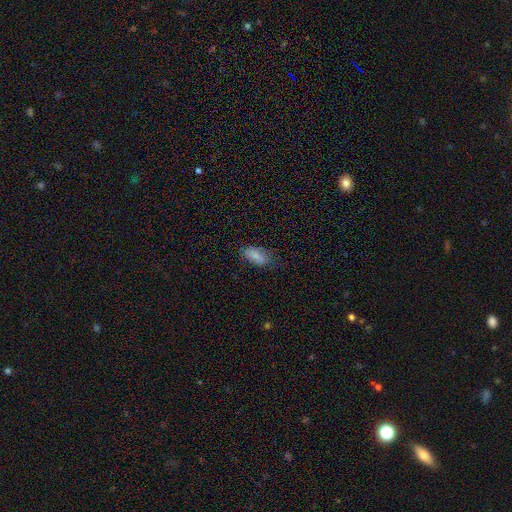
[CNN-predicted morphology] Smooth or featured: smooth — 82% (featured or disk — 9%)
How rounded: in between — 91% (cigar-shaped — 6%)
Merging: none — 69% (minor disturbance — 22%)